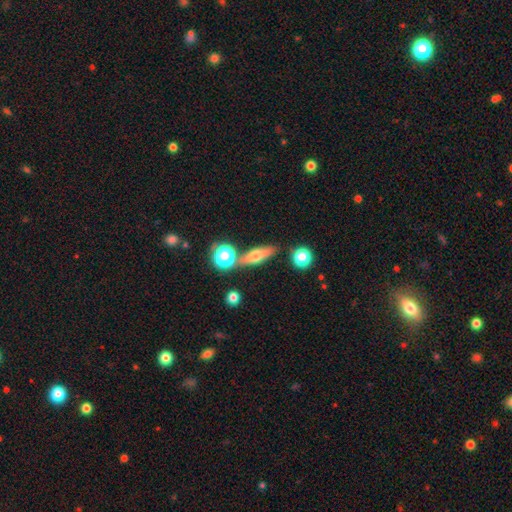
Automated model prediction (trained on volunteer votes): A smooth galaxy with no disk features (53%) that is cigar-shaped (47%). Merging: none (69%).